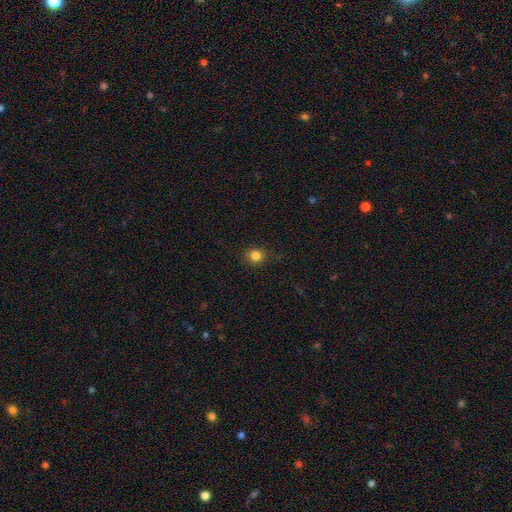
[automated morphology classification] Smooth or featured: smooth — 83% (star or artifact — 12%)
How rounded: round — 84% (in between — 15%)
Merging: none — 86% (minor disturbance — 10%)